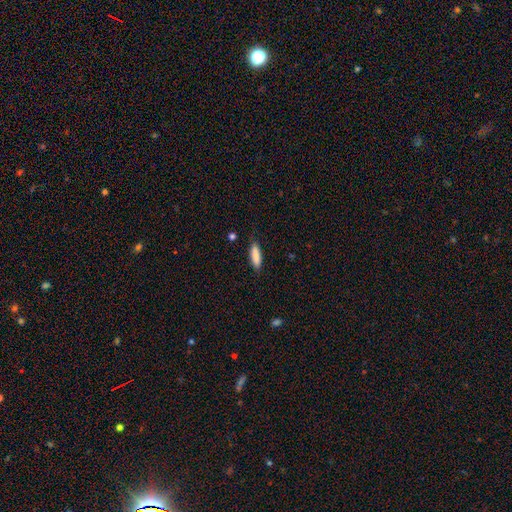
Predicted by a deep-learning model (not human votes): This is clearly a smooth galaxy (87%). How rounded: possibly cigar-shaped (52%). Merging: clearly none (82%).